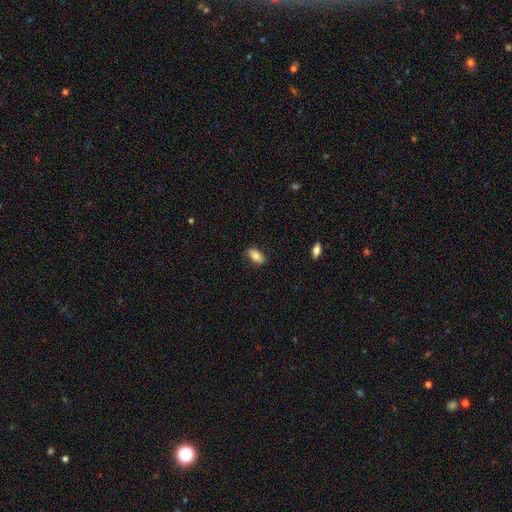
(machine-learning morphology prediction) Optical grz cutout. It shows a smooth galaxy with no disk features (81%) that is in between round and cigar-shaped (91%). Merging: none (83%).